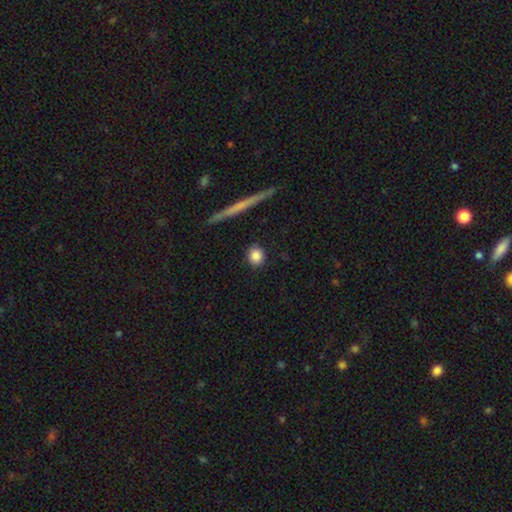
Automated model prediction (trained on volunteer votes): Morphology: type=smooth (85%); roundness=round (83%); merging=none (88%).